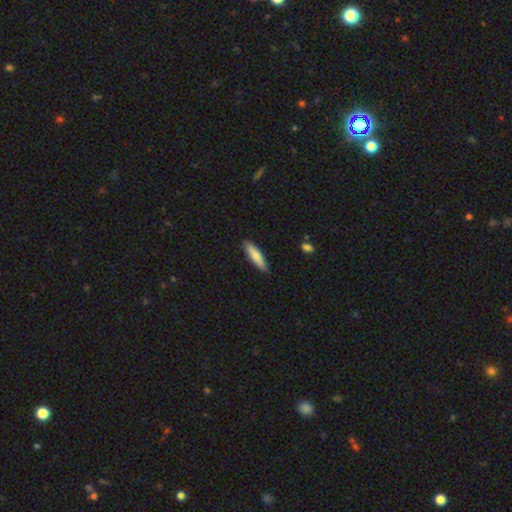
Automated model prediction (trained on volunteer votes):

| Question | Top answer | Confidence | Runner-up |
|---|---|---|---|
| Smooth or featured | smooth | 75% | featured or disk (19%) |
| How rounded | cigar-shaped | 75% | in between (24%) |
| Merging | none | 87% | minor disturbance (10%) |